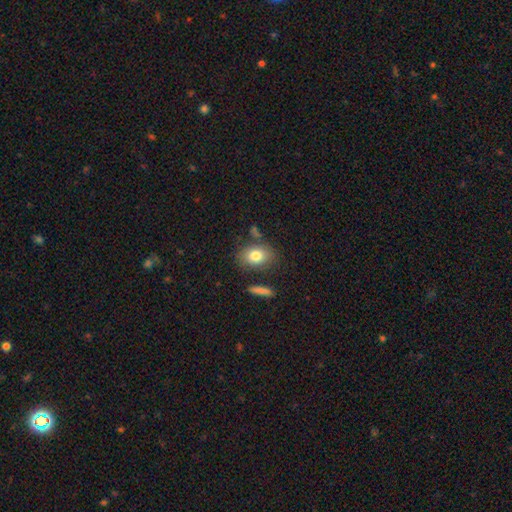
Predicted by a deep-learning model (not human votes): This is likely a smooth galaxy (80%). How rounded: likely in between (71%). Merging: likely none (75%).